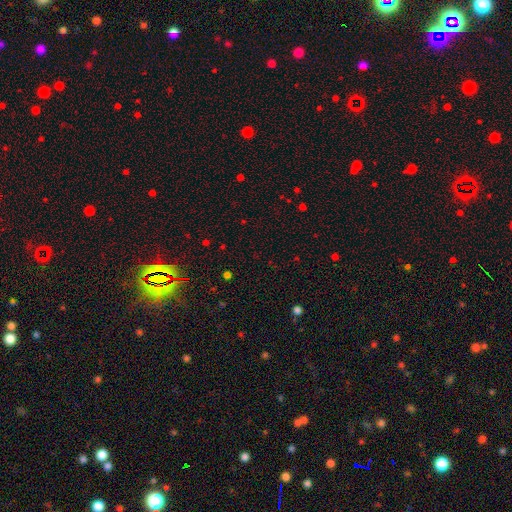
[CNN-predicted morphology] Overall: star or artifact (62%; smooth 31%).